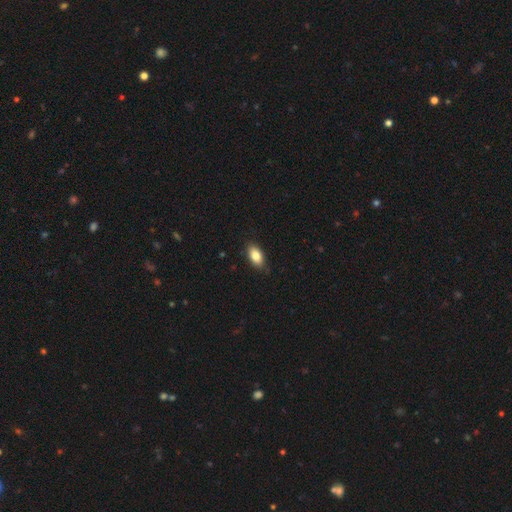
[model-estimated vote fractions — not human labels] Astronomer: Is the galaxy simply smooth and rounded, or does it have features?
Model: smooth — 84%.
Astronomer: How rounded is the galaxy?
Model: in between — 91%.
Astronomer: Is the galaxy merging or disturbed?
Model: none — 84%.